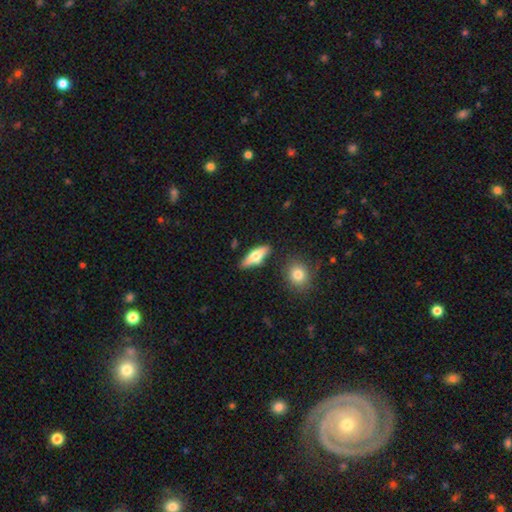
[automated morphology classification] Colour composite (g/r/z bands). It shows a smooth galaxy with no disk features (55%) that is in between round and cigar-shaped (50%). Merging: none (82%).